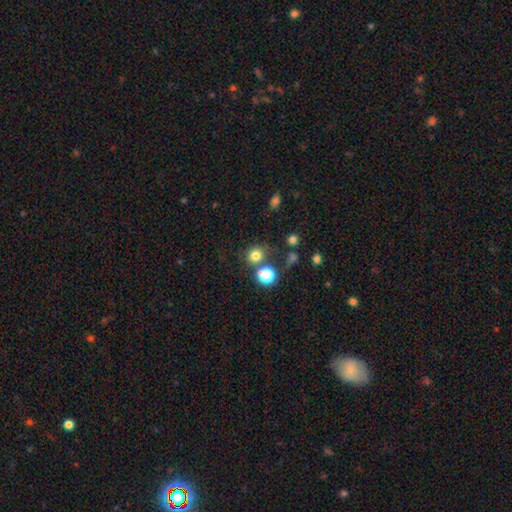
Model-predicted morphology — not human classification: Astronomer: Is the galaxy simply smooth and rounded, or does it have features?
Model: smooth — 75%.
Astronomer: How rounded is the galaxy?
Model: round — 82%.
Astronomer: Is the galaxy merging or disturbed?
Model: none — 70%.